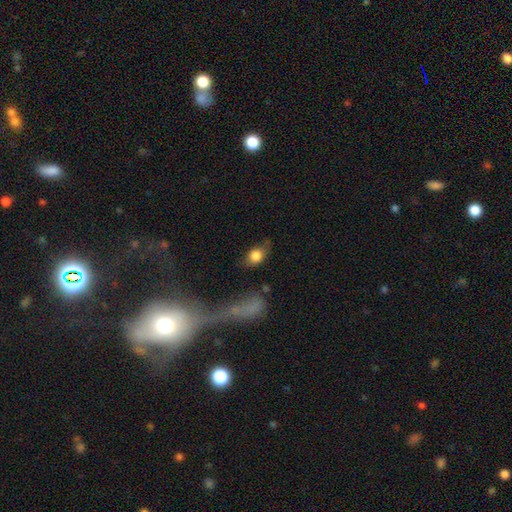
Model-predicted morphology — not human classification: A smooth galaxy with no disk features (79%) that is in between round and cigar-shaped (68%).

Vote fractions:
- Smooth or featured? smooth: 79% / featured or disk: 13% / star or artifact: 8%
- How rounded? in between: 68% / round: 28% / cigar-shaped: 4%
- Merging? none: 56% / minor disturbance: 26% / major disturbance: 10% / merger: 7%